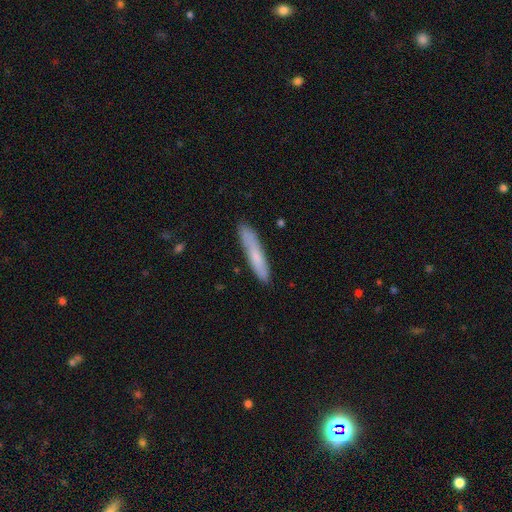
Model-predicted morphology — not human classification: Overall: smooth (72%). How rounded: cigar-shaped (92%). Merging: none (84%).